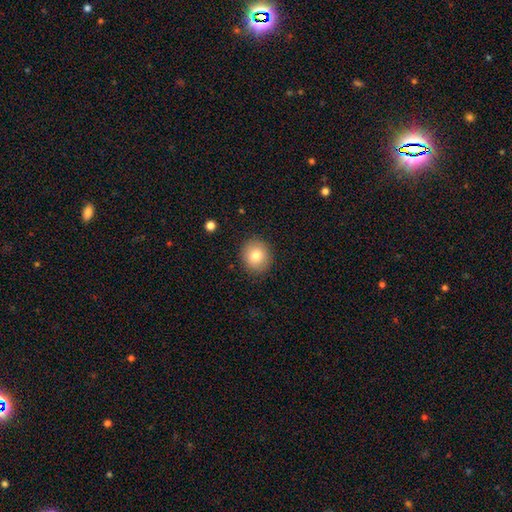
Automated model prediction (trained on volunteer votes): A smooth galaxy with no disk features (80%) that is round (82%).

Vote fractions:
- Smooth or featured? smooth: 80% / featured or disk: 11% / star or artifact: 9%
- How rounded? round: 82% / in between: 17% / cigar-shaped: 1%
- Merging? none: 89% / minor disturbance: 8% / major disturbance: 2% / merger: 1%